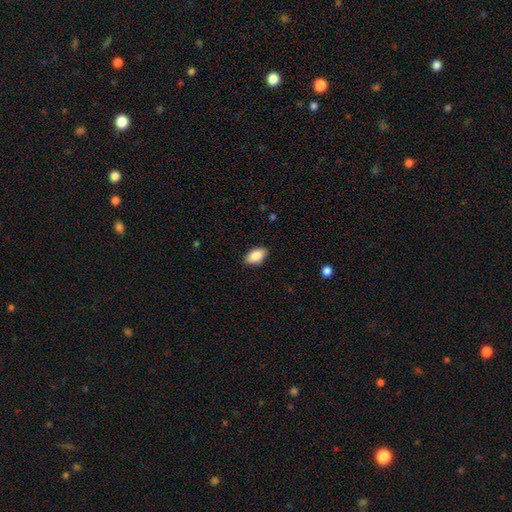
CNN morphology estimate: Smooth or featured? Predicted: smooth (p=0.89). How rounded? Predicted: in between (p=0.93). Merging? Predicted: none (p=0.87).